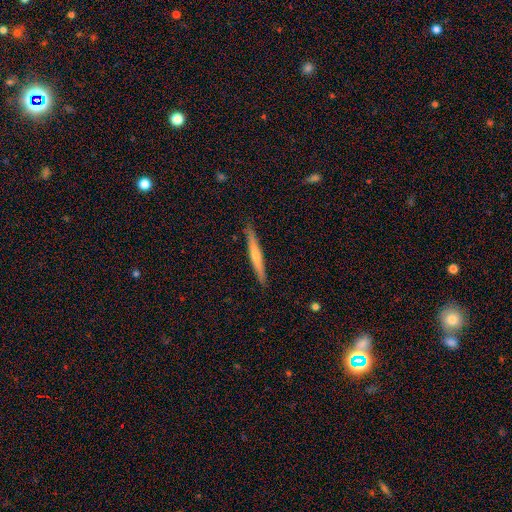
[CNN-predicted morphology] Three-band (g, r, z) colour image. It shows a featured or disk galaxy (51%) viewed edge-on (95%). Merging: none (90%).